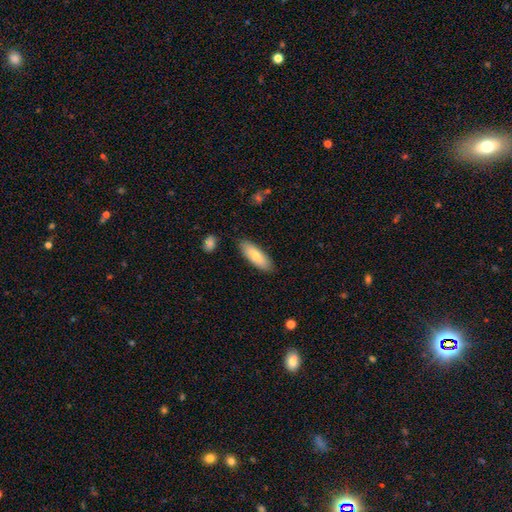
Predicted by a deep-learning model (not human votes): A smooth galaxy with no disk features (79%) that is in between round and cigar-shaped (60%).

Vote fractions:
- Smooth or featured? smooth: 79% / featured or disk: 15% / star or artifact: 6%
- How rounded? in between: 60% / cigar-shaped: 39% / round: 2%
- Merging? none: 86% / minor disturbance: 11% / major disturbance: 2% / merger: 2%